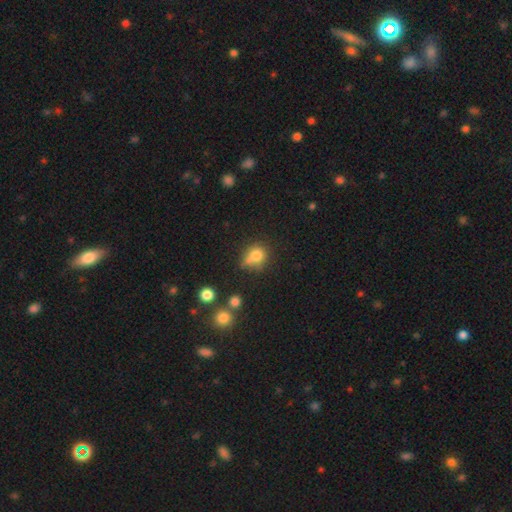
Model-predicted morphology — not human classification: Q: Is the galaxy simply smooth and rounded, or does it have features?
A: smooth — 78%.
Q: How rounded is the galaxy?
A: round — 78%.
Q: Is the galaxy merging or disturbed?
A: none — 55%.